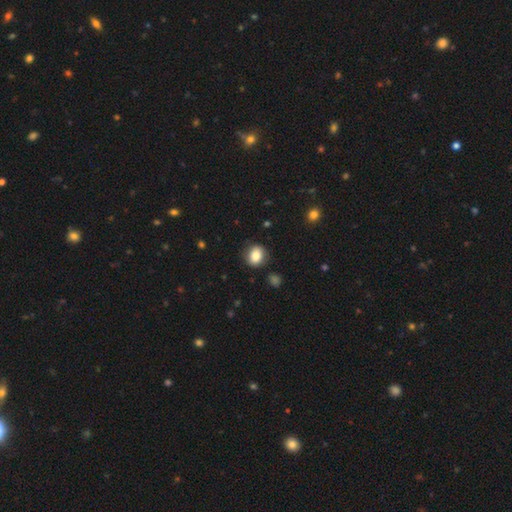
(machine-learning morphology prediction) Smooth or featured: smooth — 82% (star or artifact — 9%)
How rounded: round — 57% (in between — 42%)
Merging: none — 83% (minor disturbance — 12%)